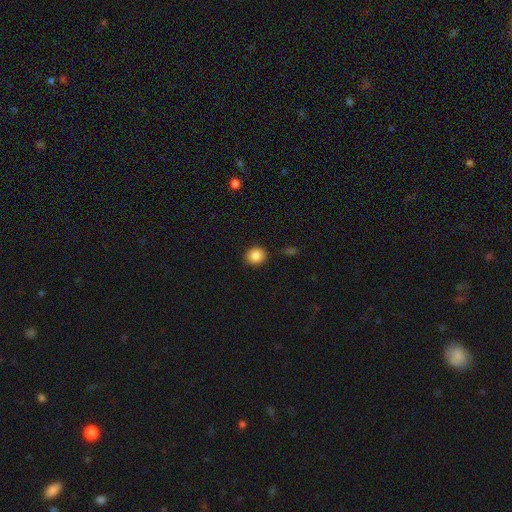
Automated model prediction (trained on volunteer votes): Morphology: type=smooth (87%); roundness=round (80%); merging=none (87%).